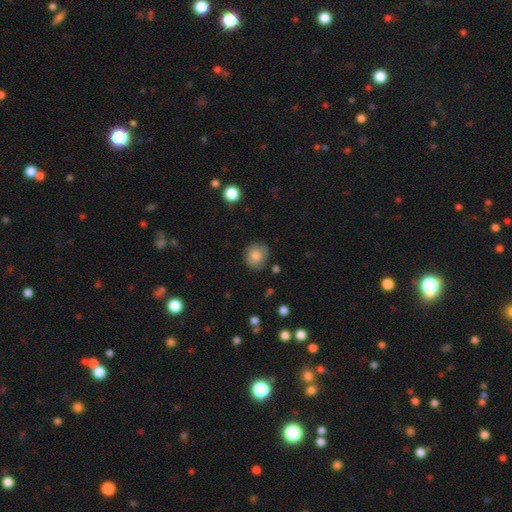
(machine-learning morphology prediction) Smooth or featured? Predicted: smooth (p=0.83). How rounded? Predicted: round (p=0.80). Merging? Predicted: none (p=0.83).